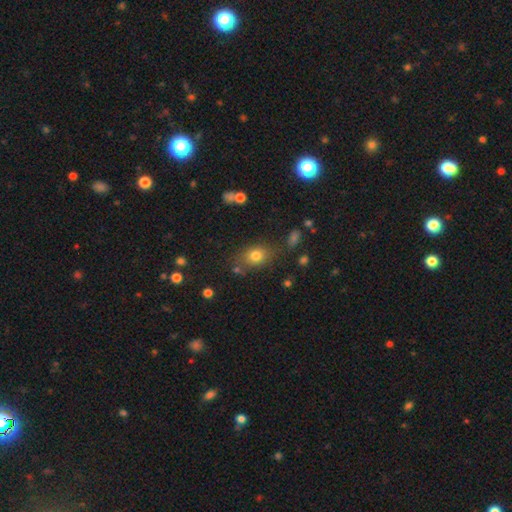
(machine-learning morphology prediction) Smooth or featured: smooth — 76% (star or artifact — 14%)
How rounded: in between — 56% (round — 42%)
Merging: none — 72% (minor disturbance — 16%)